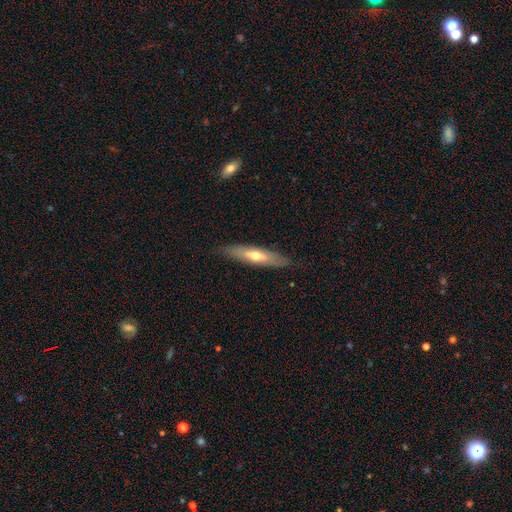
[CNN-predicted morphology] A featured or disk galaxy (48%).

Vote fractions:
- Smooth or featured? featured or disk: 48% / smooth: 47% / star or artifact: 6%
- Merging? none: 84% / minor disturbance: 12% / major disturbance: 3% / merger: 1%